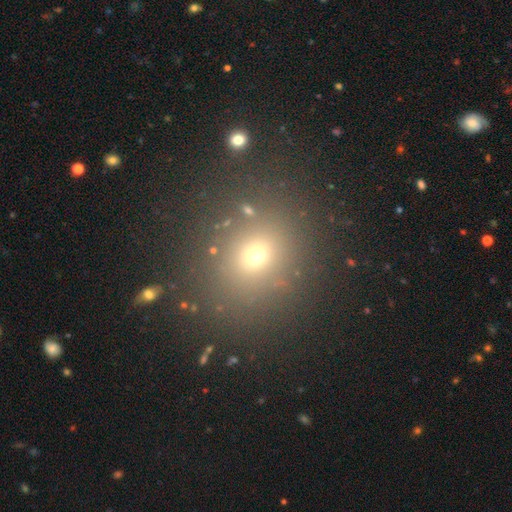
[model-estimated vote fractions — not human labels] Q: Smooth or featured?
A: smooth (64%); runner-up: star or artifact (27%)
Q: How rounded?
A: round (76%); runner-up: in between (23%)
Q: Merging?
A: none (85%); runner-up: minor disturbance (8%)